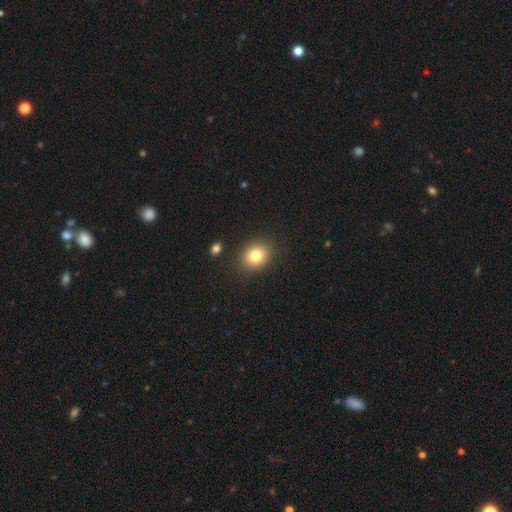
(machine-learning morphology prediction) smooth-or-featured: smooth: 81% | star or artifact: 11% | featured or disk: 8%
  how-rounded: round: 64% | in between: 36% | cigar-shaped: 1%
  merging: none: 87% | minor disturbance: 8% | major disturbance: 3% | merger: 2%